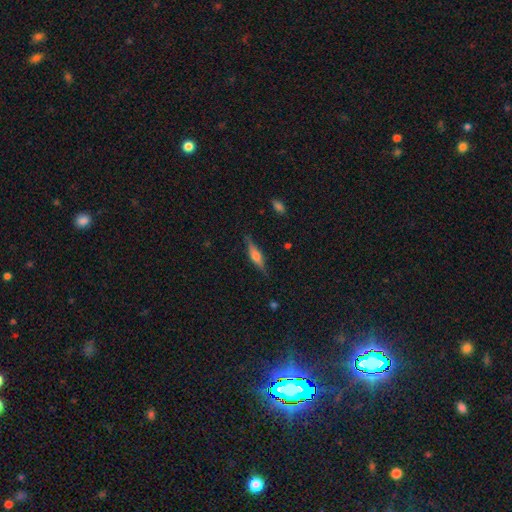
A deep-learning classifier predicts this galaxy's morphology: Smooth or featured? Predicted: featured or disk (p=0.59). Edge-on disk? Predicted: yes (p=0.96). Edge-on bulge? Predicted: rounded (p=0.80). Merging? Predicted: none (p=0.84).